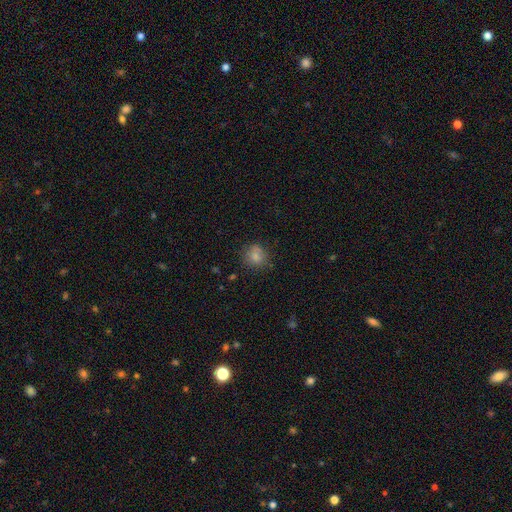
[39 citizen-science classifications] Smooth or featured? 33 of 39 (85%) said smooth. How rounded? 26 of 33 (79%) said round. Merging? 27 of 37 (73%) said none.